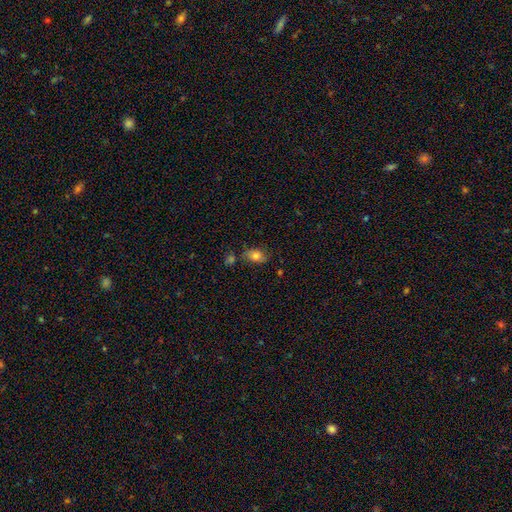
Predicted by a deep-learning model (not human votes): A smooth galaxy with no disk features (80%) that is in between round and cigar-shaped (85%).

Vote fractions:
- Smooth or featured? smooth: 80% / featured or disk: 10% / star or artifact: 10%
- How rounded? in between: 85% / round: 13% / cigar-shaped: 2%
- Merging? none: 68% / minor disturbance: 19% / merger: 8% / major disturbance: 5%